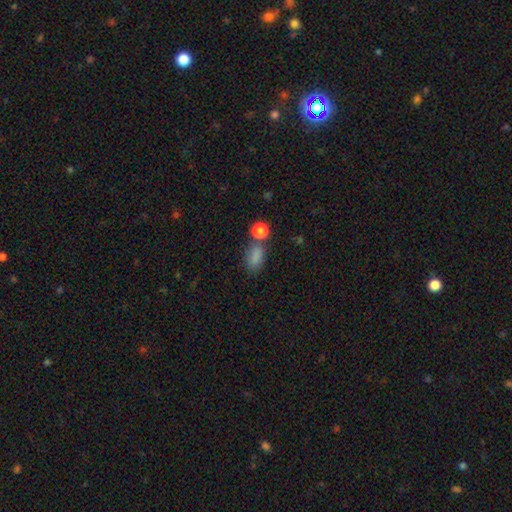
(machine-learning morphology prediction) type=smooth (81%); roundness=in between (80%); merging=none (59%).